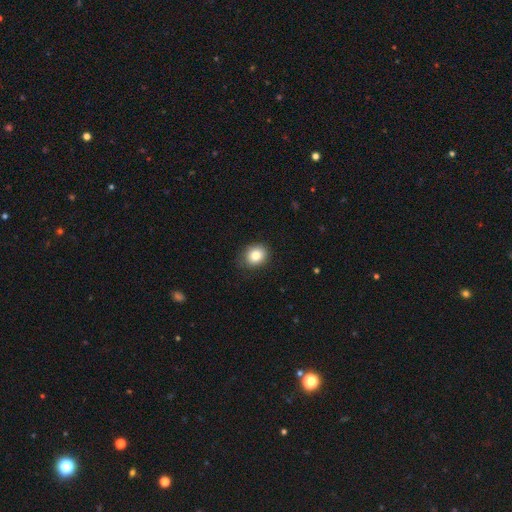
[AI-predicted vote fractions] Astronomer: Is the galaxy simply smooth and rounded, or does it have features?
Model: smooth — 83%.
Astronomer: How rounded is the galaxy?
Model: round — 62%.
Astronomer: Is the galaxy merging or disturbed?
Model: none — 84%.